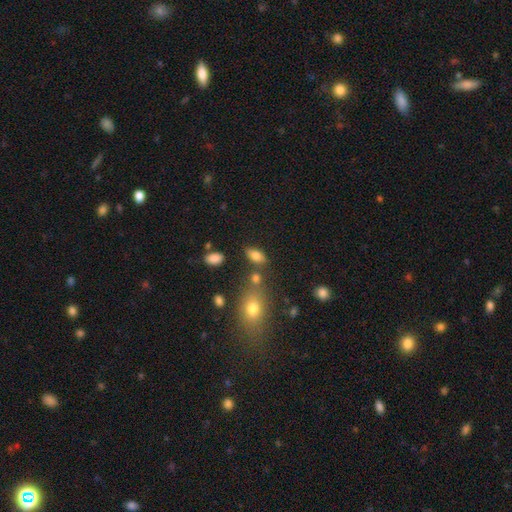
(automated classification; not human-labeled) Q: Smooth or featured?
A: smooth (79%); runner-up: featured or disk (11%)
Q: How rounded?
A: in between (87%); runner-up: round (7%)
Q: Merging?
A: none (70%); runner-up: minor disturbance (14%)